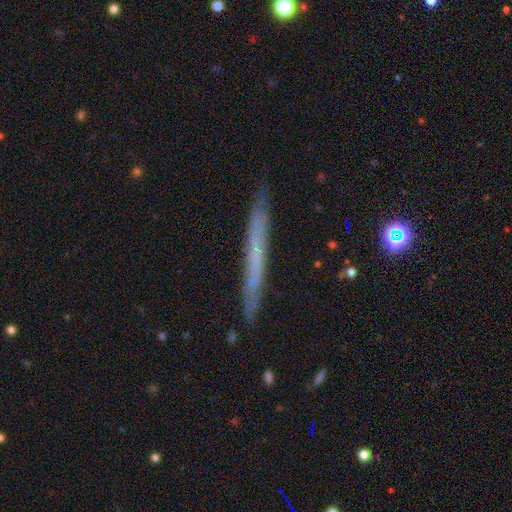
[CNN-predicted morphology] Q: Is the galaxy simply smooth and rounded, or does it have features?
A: smooth — 47%.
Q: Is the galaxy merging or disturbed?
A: none — 89%.